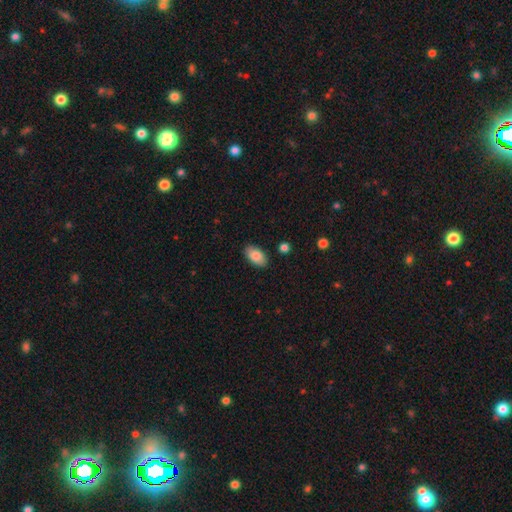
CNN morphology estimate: The model was most divided on "smooth or featured": smooth: 85%, featured or disk: 8%, star or artifact: 7%. More confident: how rounded — in between (94%); merging — none (88%).